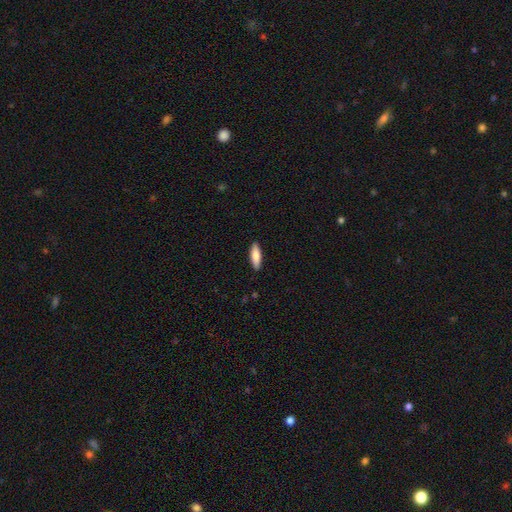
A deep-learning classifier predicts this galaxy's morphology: Q: Smooth or featured?
A: smooth (83%); runner-up: featured or disk (12%)
Q: How rounded?
A: in between (51%); runner-up: cigar-shaped (48%)
Q: Merging?
A: none (90%); runner-up: minor disturbance (8%)